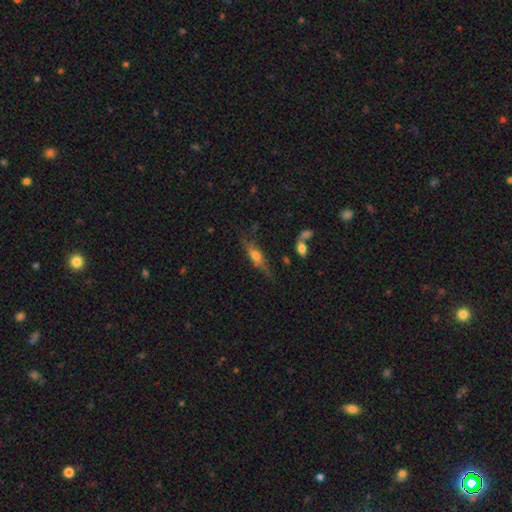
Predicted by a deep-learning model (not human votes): The model was most divided on "smooth or featured": featured or disk: 47%, smooth: 44%, star or artifact: 9%. More confident: merging — none (64%).